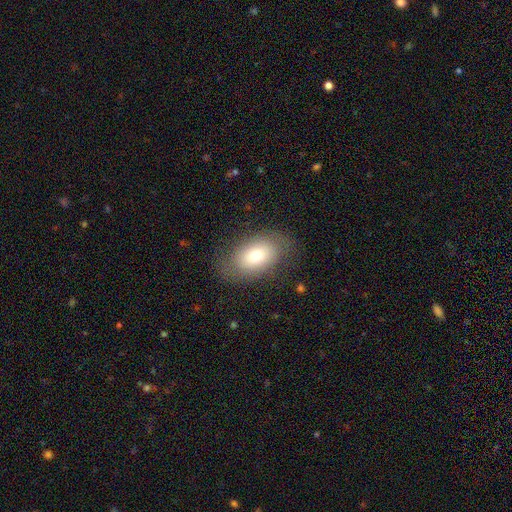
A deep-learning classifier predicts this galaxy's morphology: smooth 72%, featured or disk 19%, star or artifact 8%. Down the decision tree: how rounded — in between (88%); merging — none (76%).